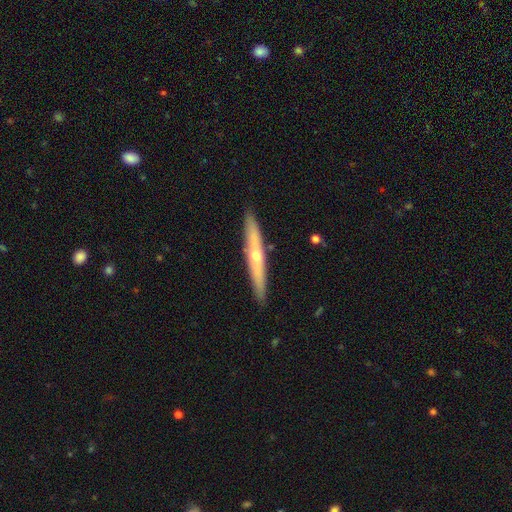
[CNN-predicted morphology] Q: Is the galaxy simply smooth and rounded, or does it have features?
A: featured or disk — 60%.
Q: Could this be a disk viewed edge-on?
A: yes — 92%.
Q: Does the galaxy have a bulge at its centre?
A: rounded — 80%.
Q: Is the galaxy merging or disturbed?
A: none — 91%.